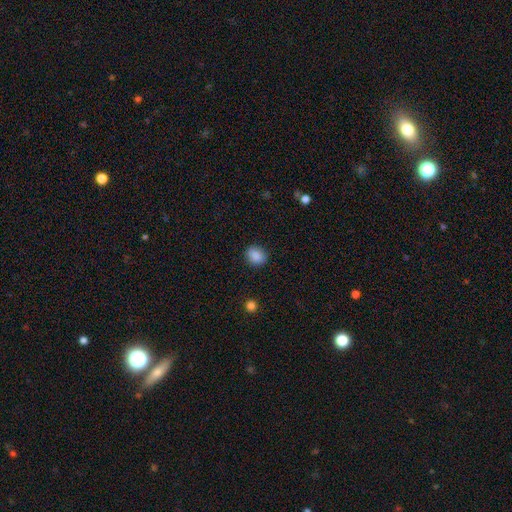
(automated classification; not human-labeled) A smooth galaxy with no disk features (87%) that is round (67%). Merging: none (87%).